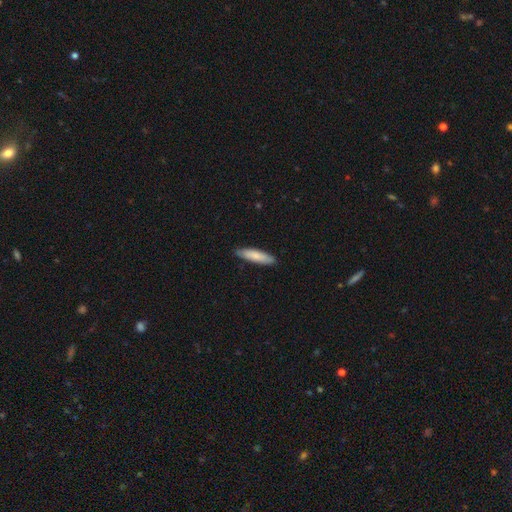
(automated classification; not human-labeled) A smooth galaxy with no disk features (80%) that is cigar-shaped (74%).

Vote fractions:
- Smooth or featured? smooth: 80% / featured or disk: 15% / star or artifact: 5%
- How rounded? cigar-shaped: 74% / in between: 25% / round: 1%
- Merging? none: 87% / minor disturbance: 10% / major disturbance: 2% / merger: 1%